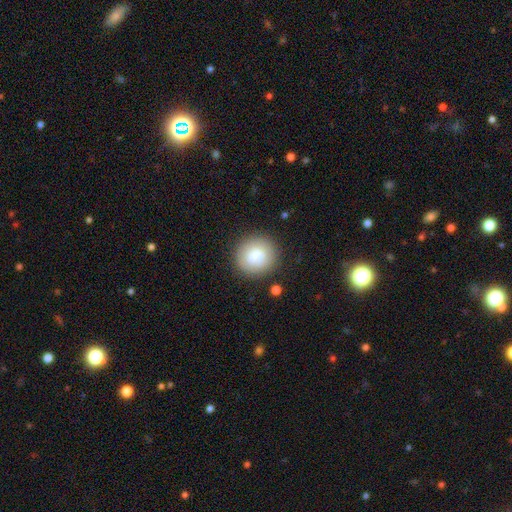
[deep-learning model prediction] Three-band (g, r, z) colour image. It shows a smooth galaxy with no disk features (76%) that is round (90%). Merging: none (76%).